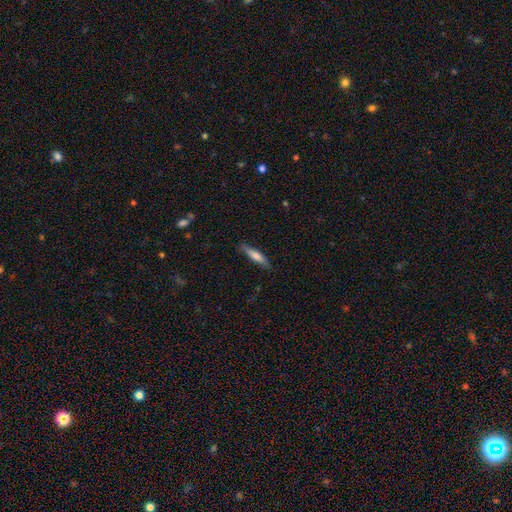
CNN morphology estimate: smooth-or-featured: smooth: 64% | featured or disk: 30% | star or artifact: 6%
  how-rounded: cigar-shaped: 85% | in between: 13% | round: 1%
  merging: none: 85% | minor disturbance: 12% | major disturbance: 2% | merger: 1%